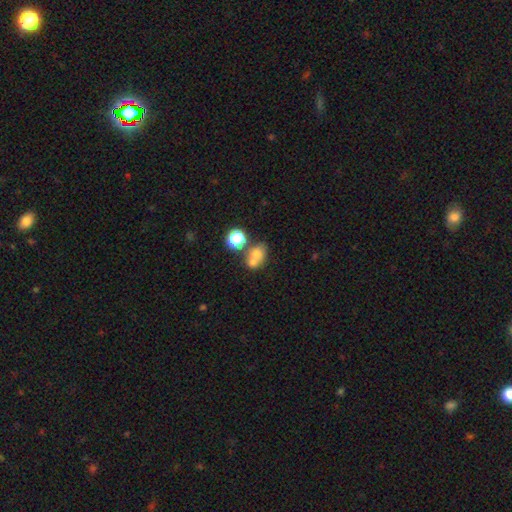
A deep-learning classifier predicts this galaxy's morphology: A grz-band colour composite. It shows a smooth galaxy with no disk features (70%) that is round (56%). Merging: merger (51%).